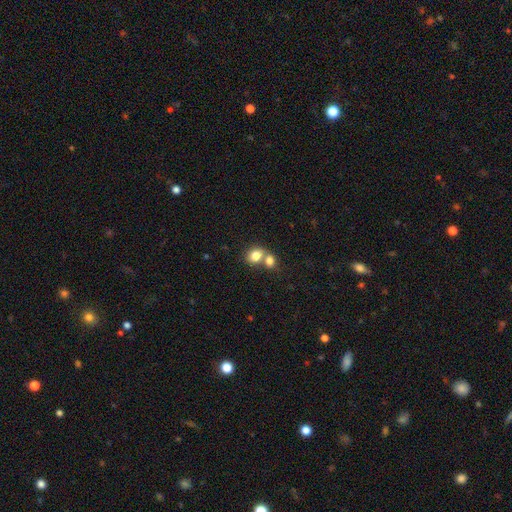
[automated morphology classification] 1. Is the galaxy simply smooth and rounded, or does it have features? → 80% smooth, 10% featured or disk, 9% star or artifact.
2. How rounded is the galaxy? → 54% round, 45% in between, 1% cigar-shaped.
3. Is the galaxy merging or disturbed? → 55% merger, 34% none, 7% minor disturbance, 3% major disturbance.